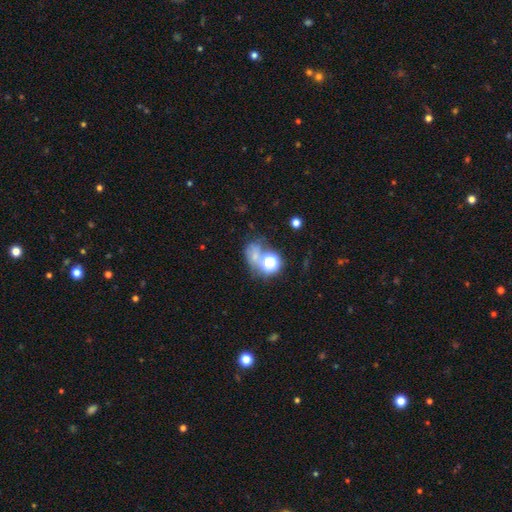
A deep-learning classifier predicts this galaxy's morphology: smooth_or_featured: smooth (p=0.45) [alt: star or artifact p=0.36]
merging: none (p=0.38) [alt: merger p=0.28]